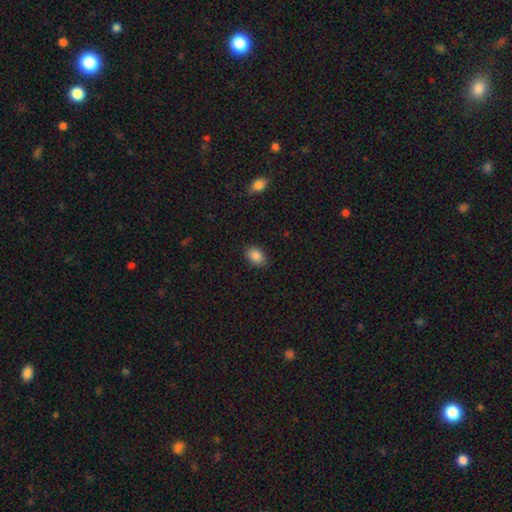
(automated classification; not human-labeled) smooth 88%, star or artifact 8%, featured or disk 4%. Down the decision tree: how rounded — in between (82%); merging — none (85%).